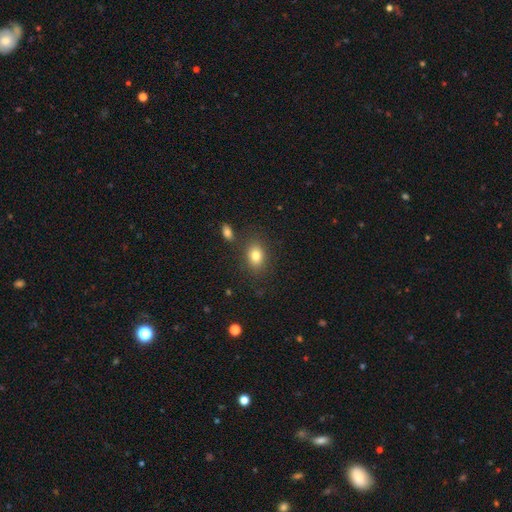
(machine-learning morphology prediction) Overall: smooth (81%). How rounded: in between (70%). Merging: none (79%).